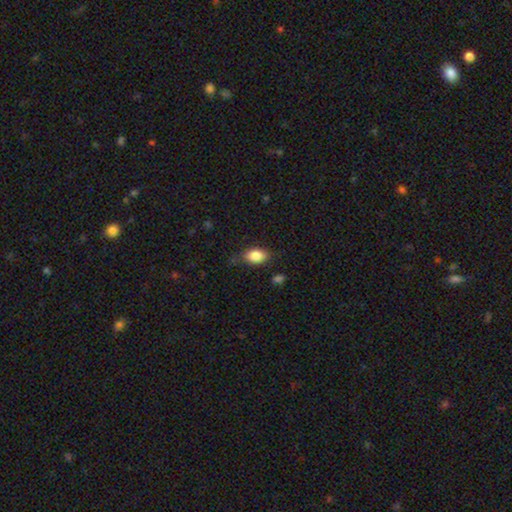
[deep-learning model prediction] smooth_or_featured: smooth (p=0.84) [alt: featured or disk p=0.08]
how_rounded: in between (p=0.83) [alt: round p=0.15]
merging: none (p=0.74) [alt: minor disturbance p=0.19]